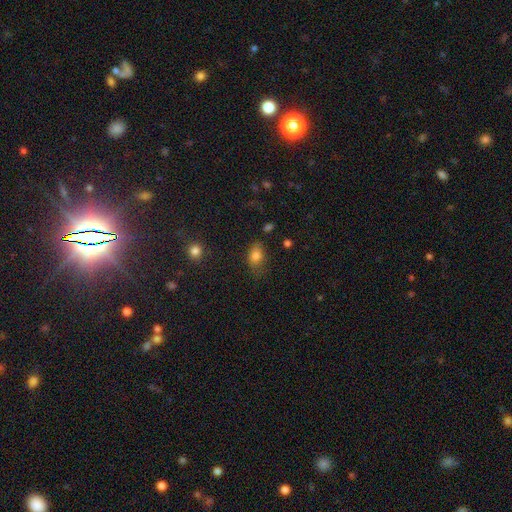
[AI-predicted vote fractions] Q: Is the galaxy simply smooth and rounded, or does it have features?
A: smooth — 80%.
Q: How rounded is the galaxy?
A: in between — 76%.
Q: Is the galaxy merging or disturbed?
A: none — 65%.